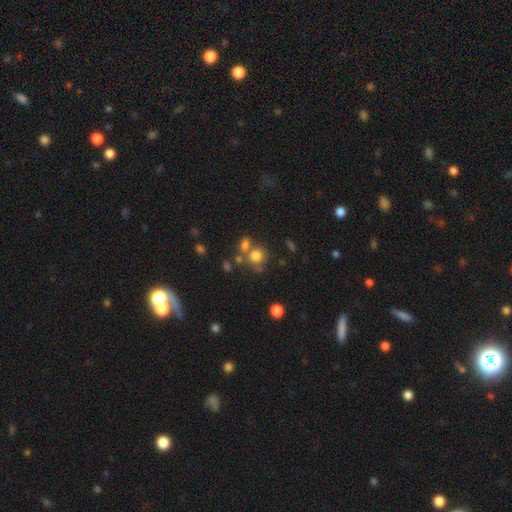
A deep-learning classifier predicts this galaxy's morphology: This is likely a smooth galaxy (76%). How rounded: clearly round (83%). Merging: possibly none (55%).